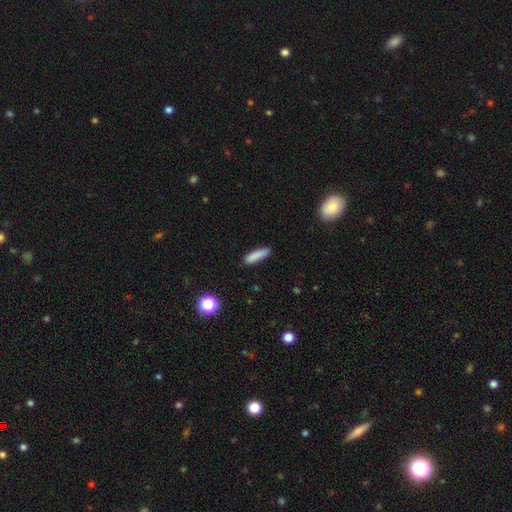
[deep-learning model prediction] The model was most divided on "how rounded": cigar-shaped: 75%, in between: 23%, round: 2%. More confident: smooth or featured — smooth (85%); merging — none (85%).